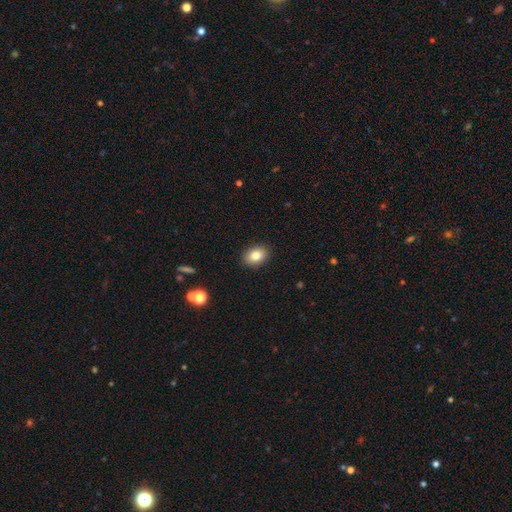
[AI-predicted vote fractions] Smooth or featured? smooth (82%)
How rounded? in between (78%)
Merging? none (89%)